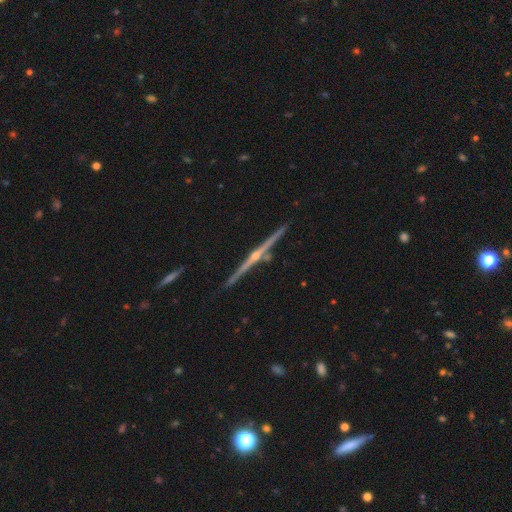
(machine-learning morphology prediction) Smooth or featured: featured or disk — 89% (smooth — 6%)
Edge-on disk: yes — 98% (no — 2%)
Edge-on bulge: rounded — 89% (none — 7%)
Merging: none — 89% (minor disturbance — 7%)